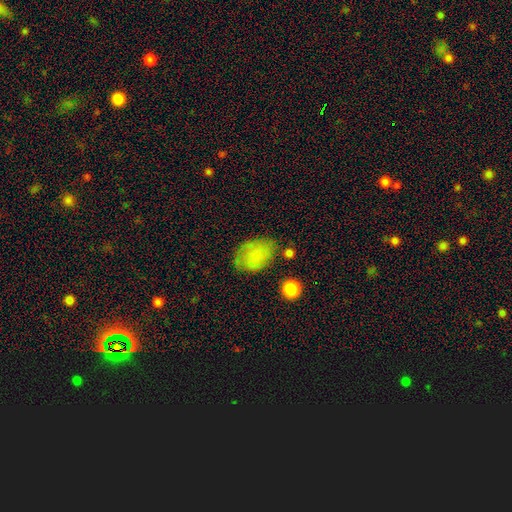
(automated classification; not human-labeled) Smooth or featured? Predicted: smooth (p=0.73). How rounded? Predicted: in between (p=0.72). Merging? Predicted: none (p=0.63).